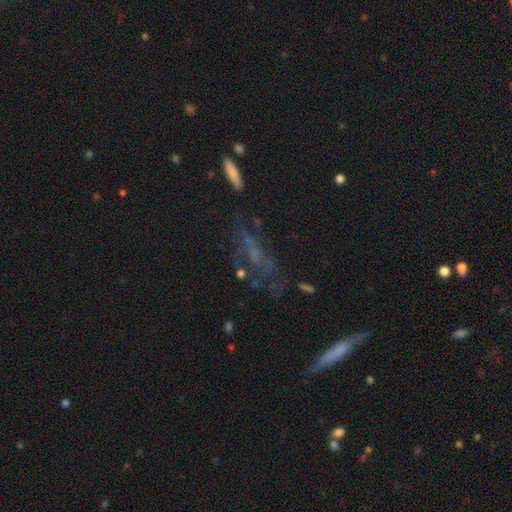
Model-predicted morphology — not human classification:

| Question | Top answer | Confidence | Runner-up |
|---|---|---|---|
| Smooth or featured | featured or disk | 46% | smooth (30%) |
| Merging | none | 51% | major disturbance (23%) |